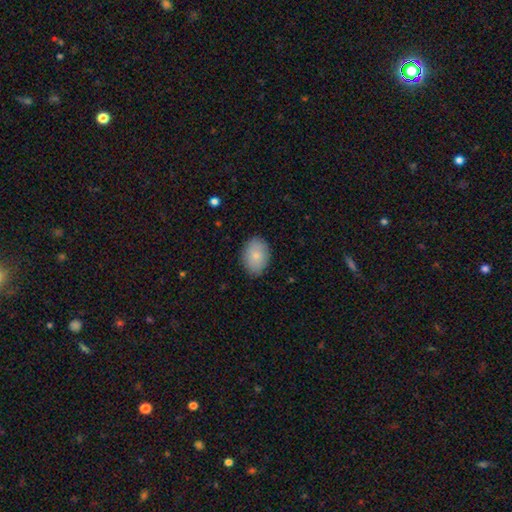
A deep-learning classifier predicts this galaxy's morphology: type=smooth (82%); roundness=in between (80%); merging=none (86%).